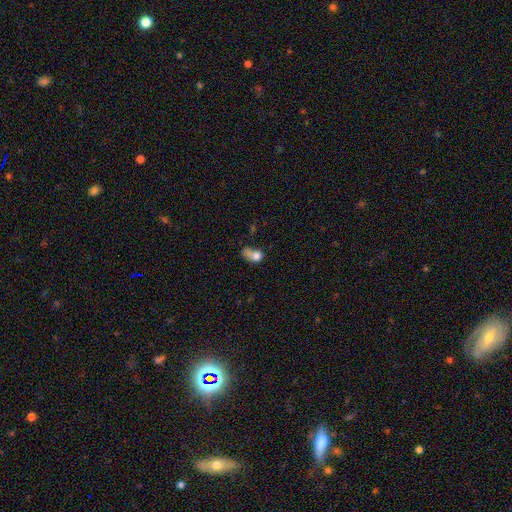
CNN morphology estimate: A smooth galaxy with no disk features (70%) that is in between round and cigar-shaped (62%). Merging: major disturbance (32%).